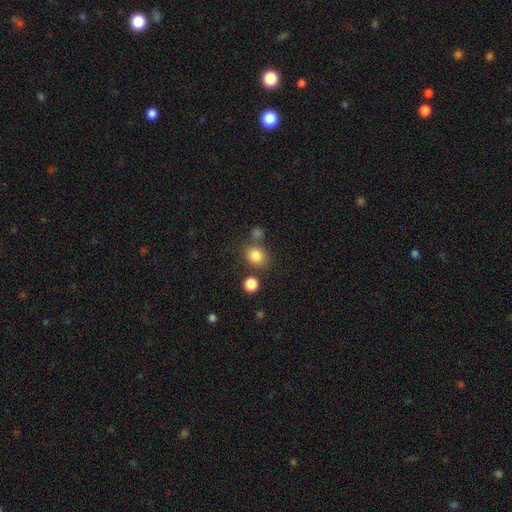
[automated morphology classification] Smooth or featured? Predicted: smooth (p=0.82). How rounded? Predicted: round (p=0.72). Merging? Predicted: none (p=0.70).